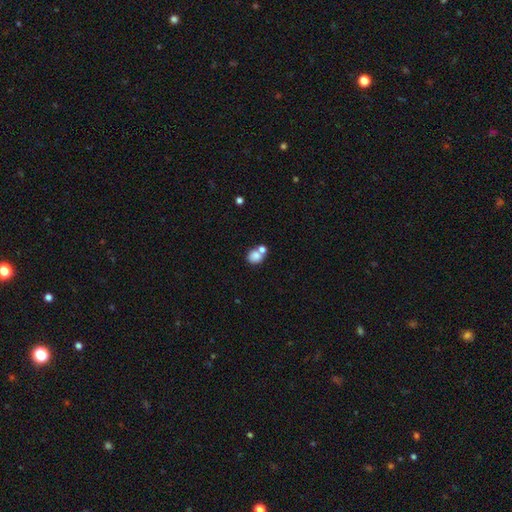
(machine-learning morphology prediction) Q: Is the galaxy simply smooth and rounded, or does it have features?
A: smooth — 81%.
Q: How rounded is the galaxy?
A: round — 66%.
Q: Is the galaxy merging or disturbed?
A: none — 43%.